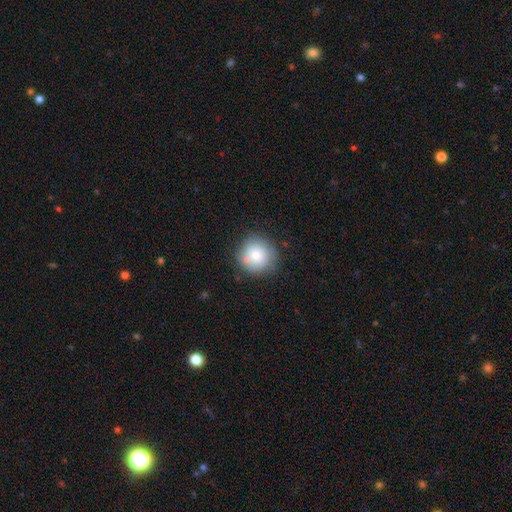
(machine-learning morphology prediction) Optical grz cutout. It shows a smooth galaxy with no disk features (80%) that is round (93%). Merging: none (78%).